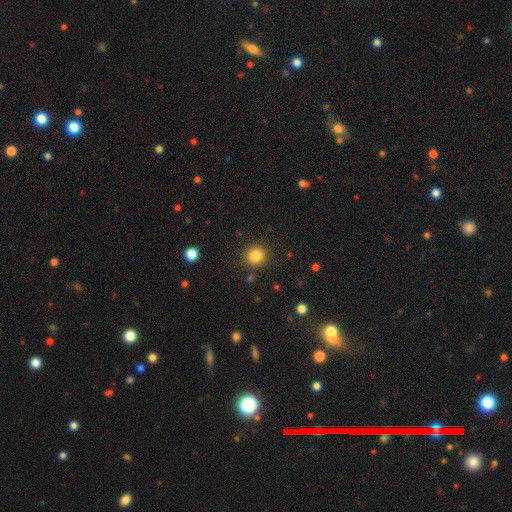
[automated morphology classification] Smooth or featured: smooth — 84% (star or artifact — 11%)
How rounded: round — 91% (in between — 8%)
Merging: none — 89% (minor disturbance — 7%)